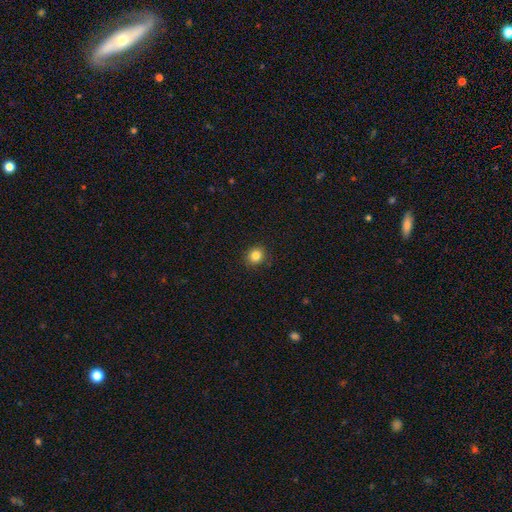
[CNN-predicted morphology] The model was most divided on "how rounded": round: 84%, in between: 15%, cigar-shaped: 1%. More confident: merging — none (90%); smooth or featured — smooth (84%).